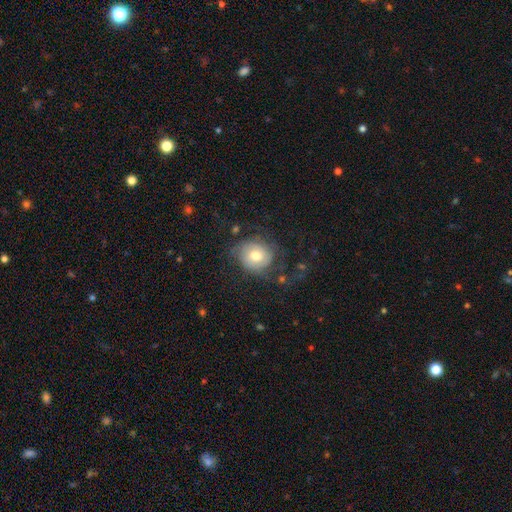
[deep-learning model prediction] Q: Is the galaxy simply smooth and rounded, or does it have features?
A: smooth — 51%.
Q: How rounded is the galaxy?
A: round — 76%.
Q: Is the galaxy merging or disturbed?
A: none — 58%.